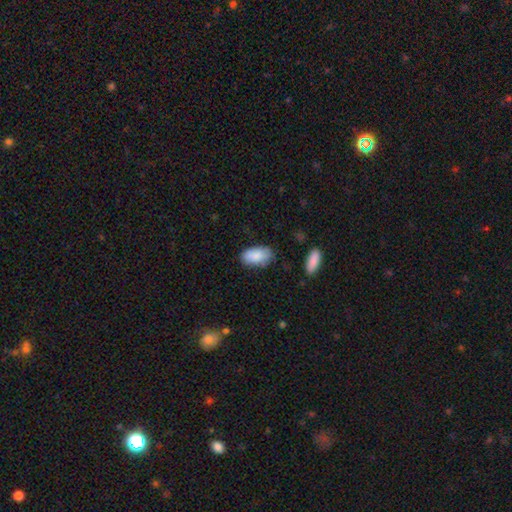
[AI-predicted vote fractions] Overall: smooth (87%). How rounded: in between (94%). Merging: none (76%).